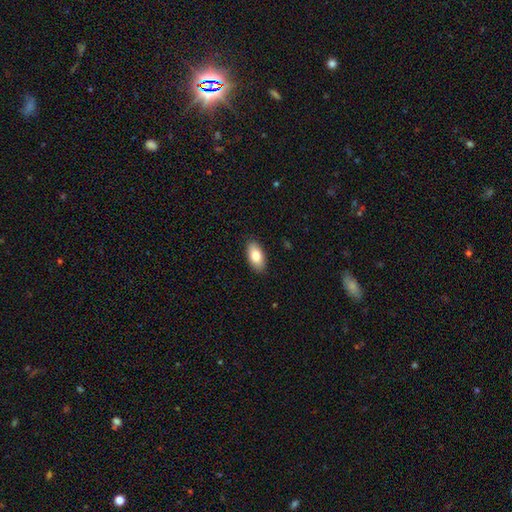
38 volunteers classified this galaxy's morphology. A smooth galaxy with no disk features (76%) that is in between round and cigar-shaped (86%). Merging: none (86%).